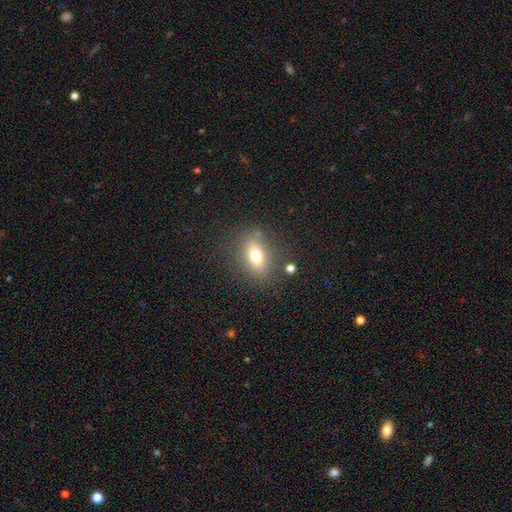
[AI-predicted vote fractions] smooth-or-featured: smooth: 68% | featured or disk: 20% | star or artifact: 12%
  how-rounded: in between: 71% | round: 22% | cigar-shaped: 7%
  merging: none: 81% | minor disturbance: 11% | major disturbance: 4% | merger: 3%